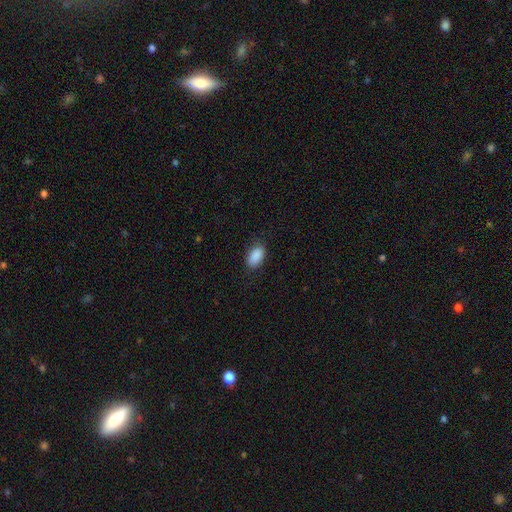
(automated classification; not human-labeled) smooth 90%, star or artifact 7%, featured or disk 3%. Down the decision tree: how rounded — in between (93%); merging — none (81%).